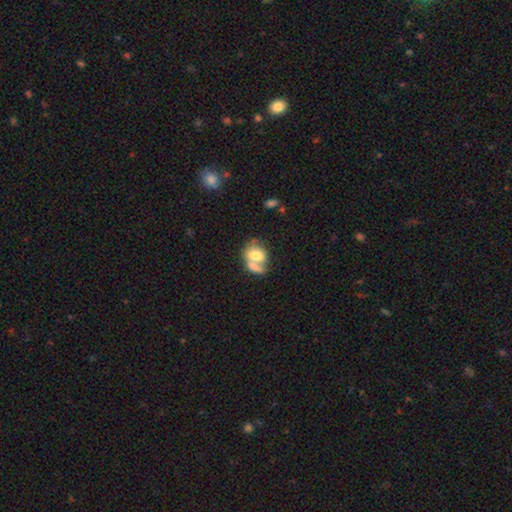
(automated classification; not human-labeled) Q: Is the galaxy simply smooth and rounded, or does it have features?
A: smooth — 68%.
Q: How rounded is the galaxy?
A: in between — 65%.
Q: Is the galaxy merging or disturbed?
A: merger — 59%.